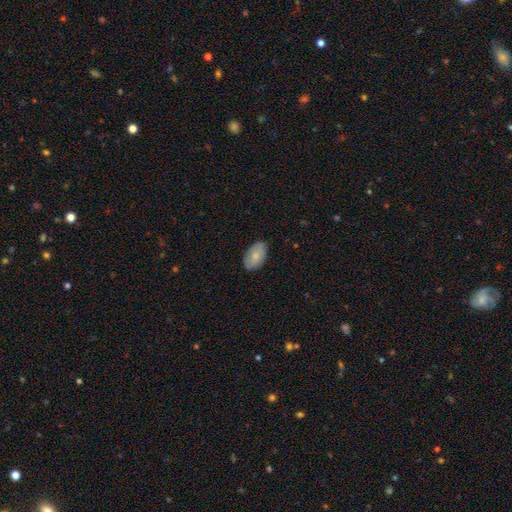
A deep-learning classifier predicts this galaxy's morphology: Smooth or featured?
  - smooth: 76% *
  - featured or disk: 18%
  - star or artifact: 6%
How rounded?
  - in between: 92% *
  - round: 6%
  - cigar-shaped: 1%
Merging?
  - none: 80% *
  - minor disturbance: 16%
  - major disturbance: 3%
  - merger: 1%